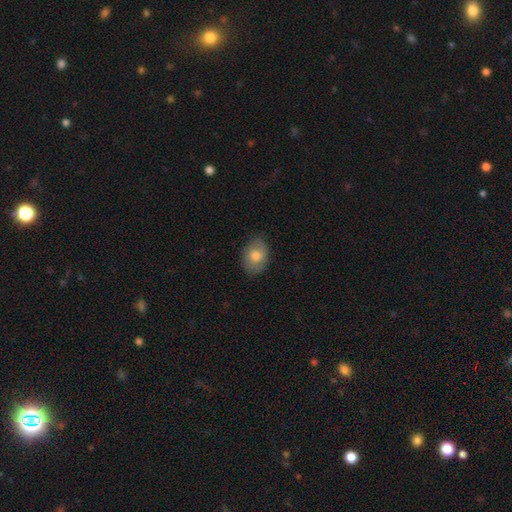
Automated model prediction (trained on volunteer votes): Smooth or featured? smooth (75%)
How rounded? in between (76%)
Merging? none (81%)